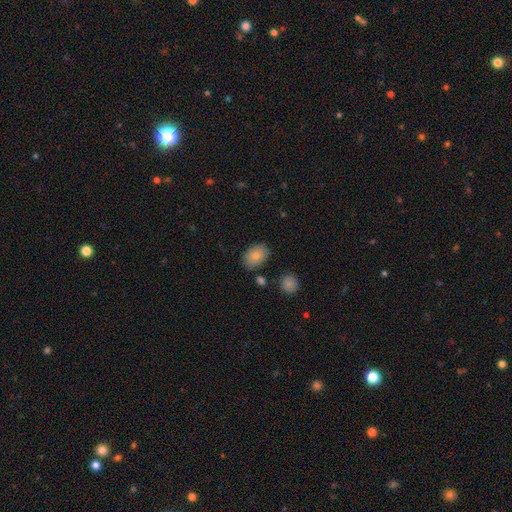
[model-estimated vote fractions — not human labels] Smooth or featured?
  - smooth: 81% *
  - featured or disk: 11%
  - star or artifact: 8%
How rounded?
  - in between: 82% *
  - round: 17%
  - cigar-shaped: 1%
Merging?
  - none: 81% *
  - minor disturbance: 12%
  - merger: 4%
  - major disturbance: 3%